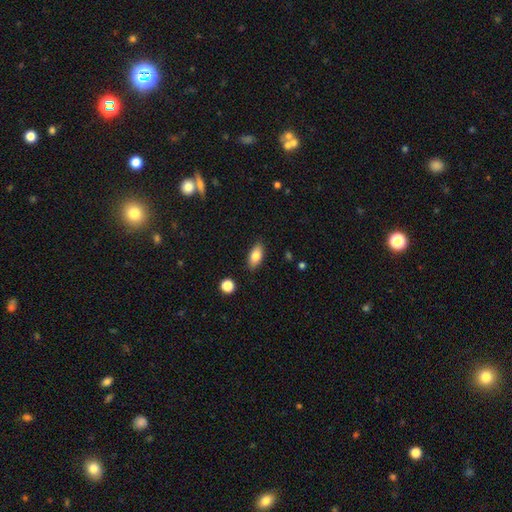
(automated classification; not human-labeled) Morphology: type=smooth (79%); roundness=in between (87%); merging=none (87%).